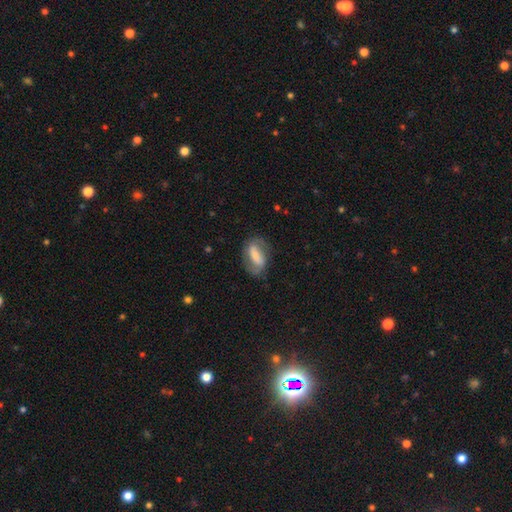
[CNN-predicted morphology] Q: Smooth or featured?
A: featured or disk (56%); runner-up: smooth (37%)
Q: Edge-on disk?
A: no (93%); runner-up: yes (7%)
Q: Bar?
A: strong (56%); runner-up: weak (28%)
Q: Spiral arms?
A: yes (72%); runner-up: no (28%)
Q: Bulge size?
A: small (37%); runner-up: moderate (31%)
Q: Merging?
A: none (70%); runner-up: minor disturbance (18%)